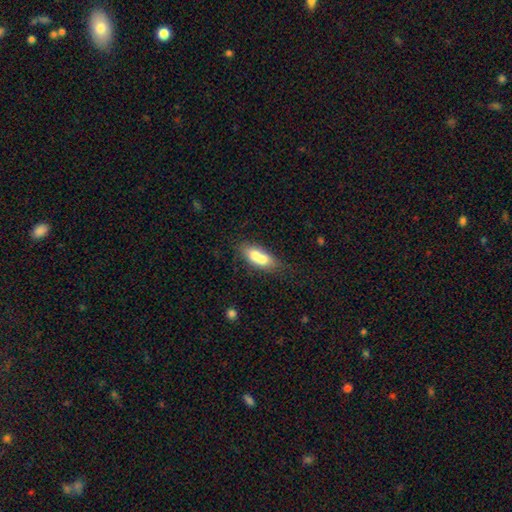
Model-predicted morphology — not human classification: smooth-or-featured: smooth: 67% | featured or disk: 25% | star or artifact: 8%
  how-rounded: in between: 76% | cigar-shaped: 17% | round: 8%
  merging: merger: 49% | none: 34% | minor disturbance: 12% | major disturbance: 5%